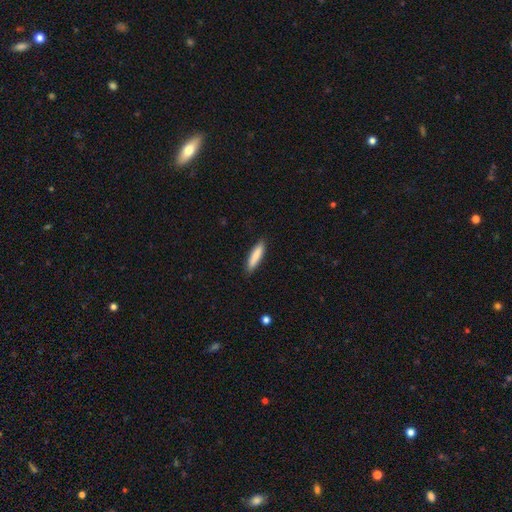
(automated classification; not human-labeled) Overall: smooth (86%). How rounded: cigar-shaped (79%). Merging: none (87%).